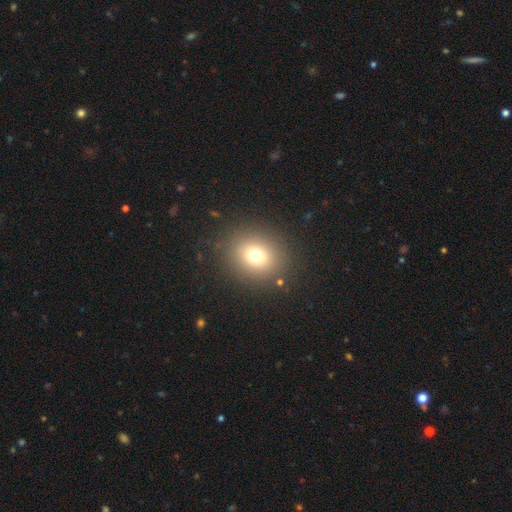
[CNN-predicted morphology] Smooth or featured? smooth (73%)
How rounded? round (74%)
Merging? none (87%)